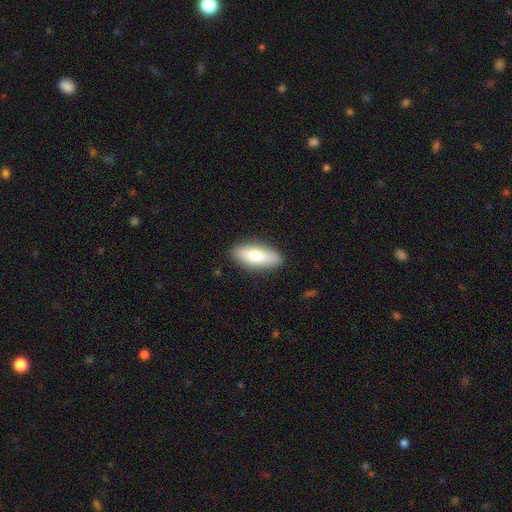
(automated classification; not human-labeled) Smooth or featured: smooth — 75% (featured or disk — 19%)
How rounded: in between — 69% (cigar-shaped — 29%)
Merging: none — 88% (minor disturbance — 9%)